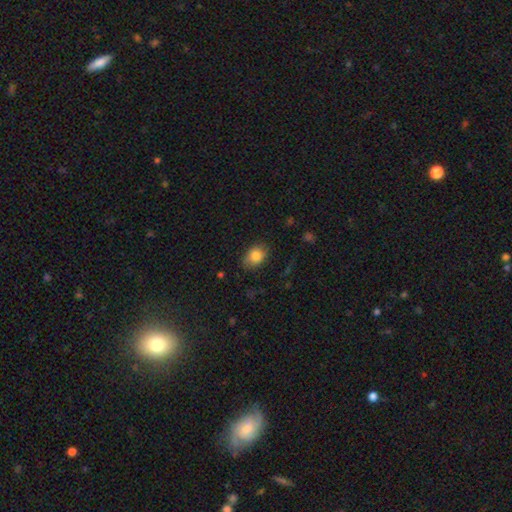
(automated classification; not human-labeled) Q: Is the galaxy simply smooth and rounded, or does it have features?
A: smooth — 83%.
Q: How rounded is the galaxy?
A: in between — 68%.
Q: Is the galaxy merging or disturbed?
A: none — 78%.